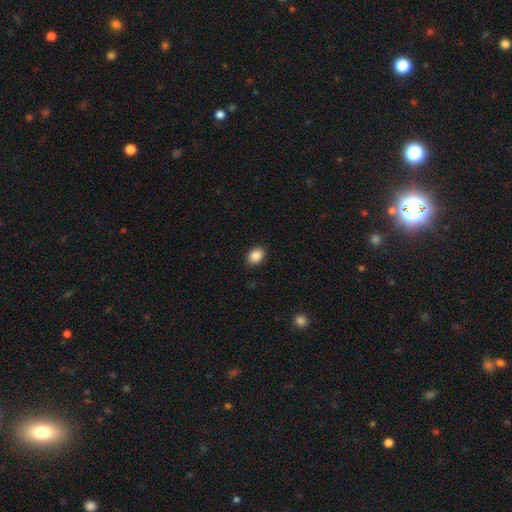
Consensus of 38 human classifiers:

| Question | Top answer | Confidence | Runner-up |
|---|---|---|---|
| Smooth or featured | smooth | 92% | star or artifact (8%) |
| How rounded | in between | 74% | round (26%) |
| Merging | none | 86% | minor disturbance (9%) |